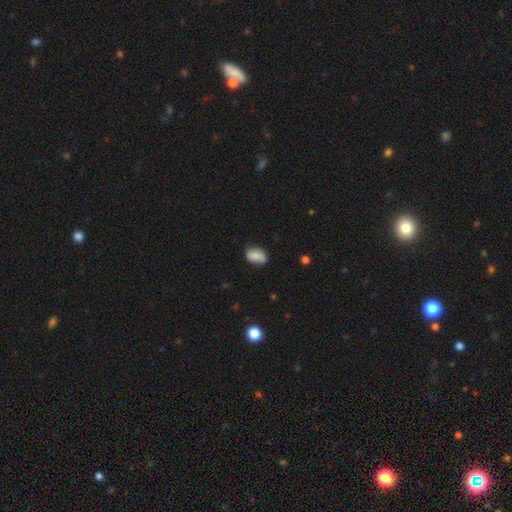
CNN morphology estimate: Smooth or featured: smooth — 71% (featured or disk — 21%)
How rounded: in between — 85% (round — 13%)
Merging: none — 73% (minor disturbance — 21%)